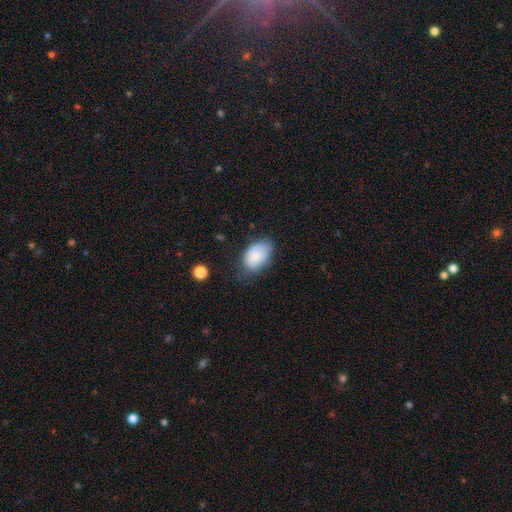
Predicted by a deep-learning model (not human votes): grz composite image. It shows a smooth galaxy with no disk features (84%) that is in between round and cigar-shaped (89%). Merging: none (59%).